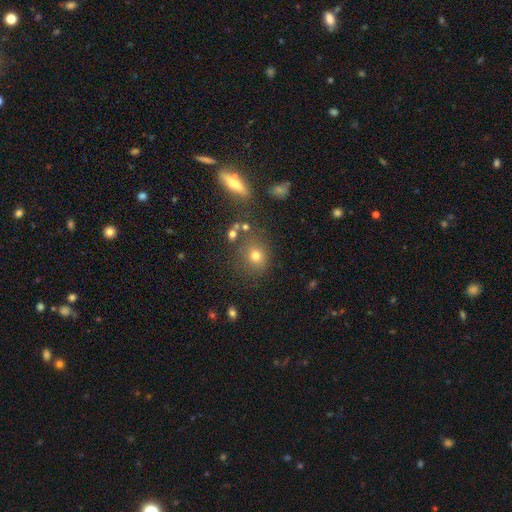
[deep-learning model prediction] Smooth or featured? smooth (72%)
How rounded? round (77%)
Merging? none (72%)